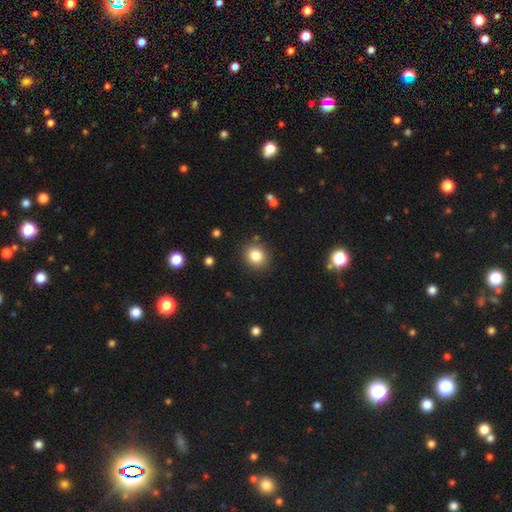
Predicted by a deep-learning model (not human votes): A smooth galaxy with no disk features (82%) that is round (80%).

Vote fractions:
- Smooth or featured? smooth: 82% / star or artifact: 11% / featured or disk: 7%
- How rounded? round: 80% / in between: 19% / cigar-shaped: 1%
- Merging? none: 87% / minor disturbance: 8% / major disturbance: 3% / merger: 2%